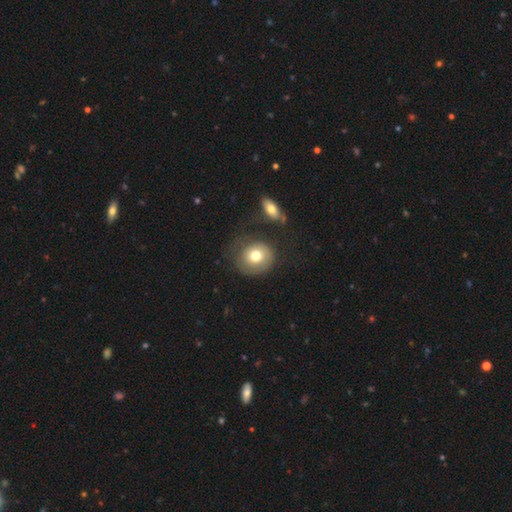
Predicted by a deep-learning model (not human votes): Smooth or featured? smooth (69%)
How rounded? round (78%)
Merging? none (57%)